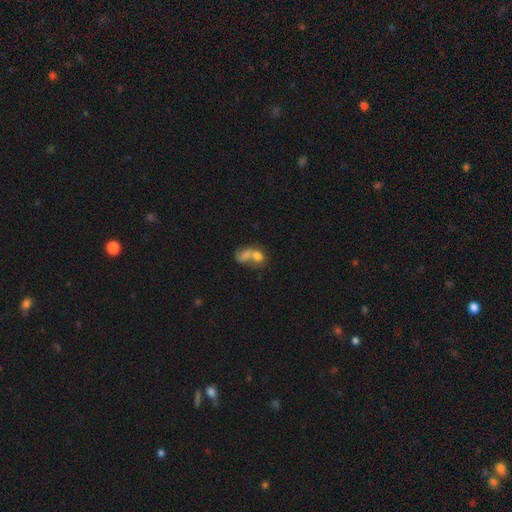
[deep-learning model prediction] The model was most divided on "how rounded": in between: 61%, round: 36%, cigar-shaped: 3%. More confident: merging — merger (63%); smooth or featured — smooth (61%).